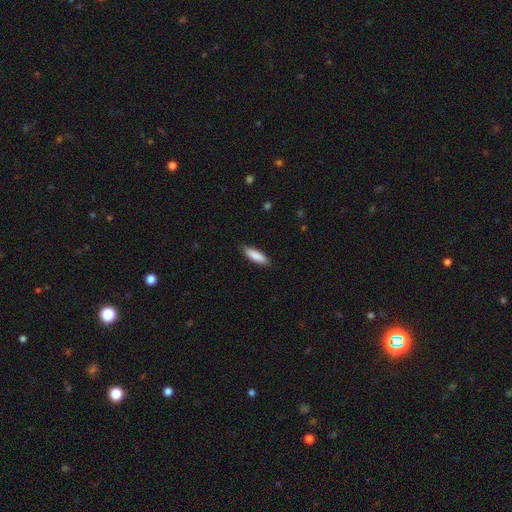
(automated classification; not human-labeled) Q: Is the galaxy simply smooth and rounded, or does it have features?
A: smooth — 88%.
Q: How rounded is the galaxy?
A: cigar-shaped — 51%.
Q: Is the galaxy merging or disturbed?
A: none — 87%.